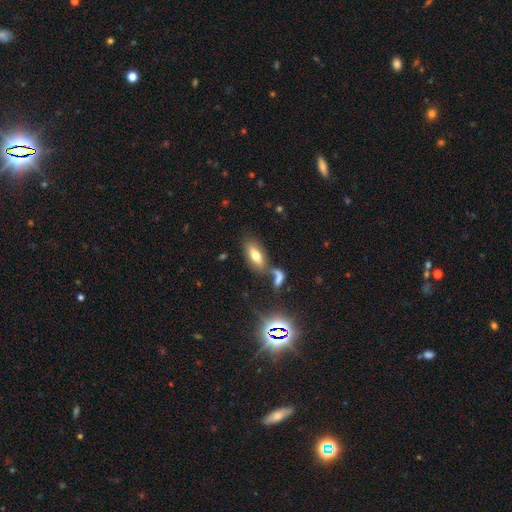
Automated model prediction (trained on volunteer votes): This is likely a smooth galaxy (67%). How rounded: clearly in between (82%). Merging: possibly none (53%).